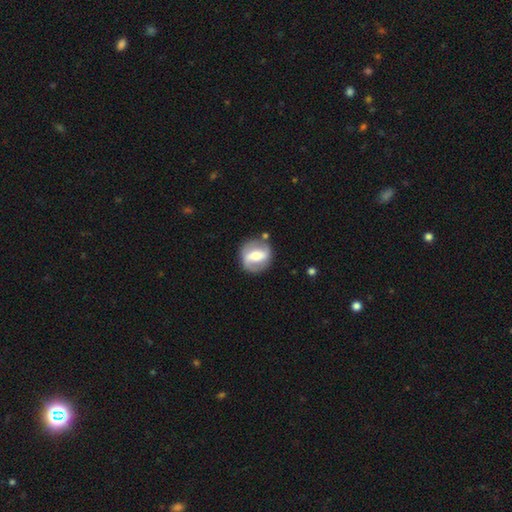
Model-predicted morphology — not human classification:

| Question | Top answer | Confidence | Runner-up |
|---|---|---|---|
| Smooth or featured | featured or disk | 68% | smooth (27%) |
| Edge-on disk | no | 95% | yes (5%) |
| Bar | strong | 55% | weak (29%) |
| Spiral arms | yes | 70% | no (30%) |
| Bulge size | moderate | 58% | small (26%) |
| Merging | none | 78% | minor disturbance (14%) |